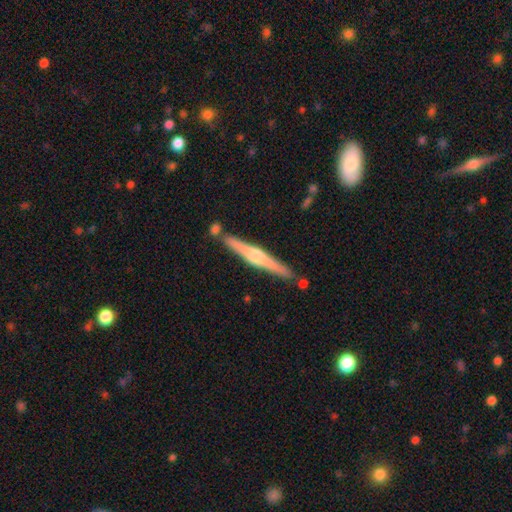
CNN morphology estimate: Smooth or featured? Predicted: featured or disk (p=0.72). Edge-on disk? Predicted: yes (p=0.98). Edge-on bulge? Predicted: rounded (p=0.88). Merging? Predicted: none (p=0.84).